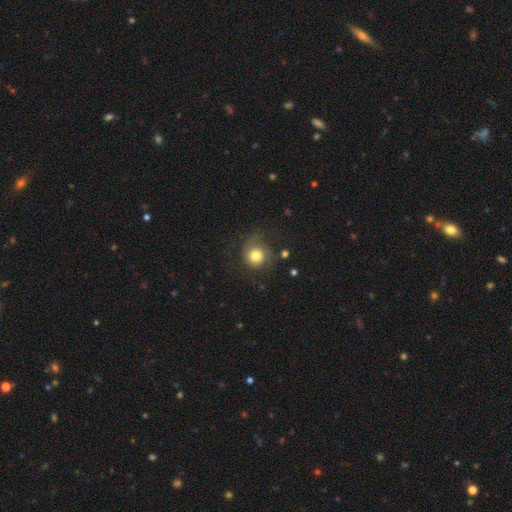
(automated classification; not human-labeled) The model was most divided on "smooth or featured": smooth: 61%, featured or disk: 30%, star or artifact: 10%. More confident: how rounded — round (87%); merging — none (58%).